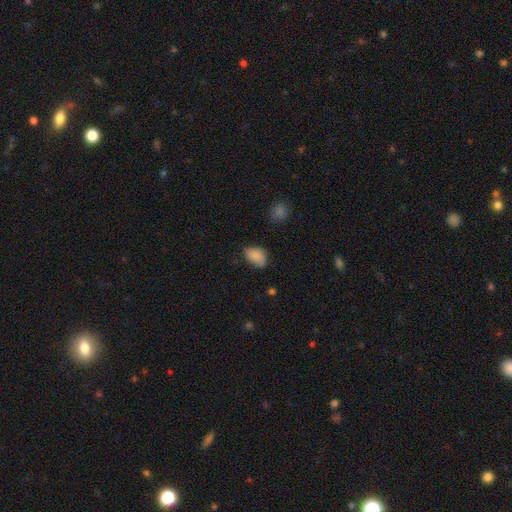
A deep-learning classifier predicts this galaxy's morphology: type=smooth (83%); roundness=in between (84%); merging=none (57%).